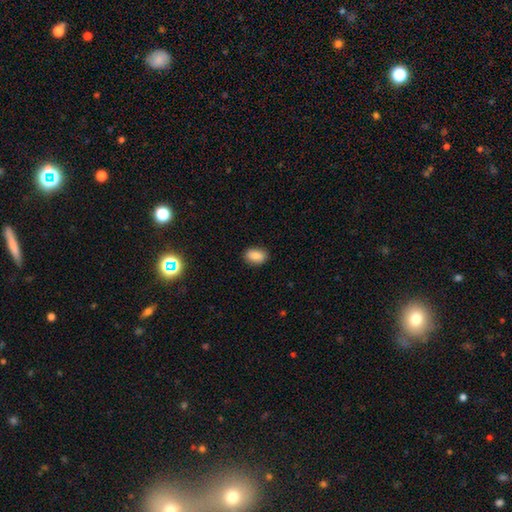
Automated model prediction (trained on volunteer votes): Morphology: type=smooth (85%); roundness=in between (84%); merging=none (86%).